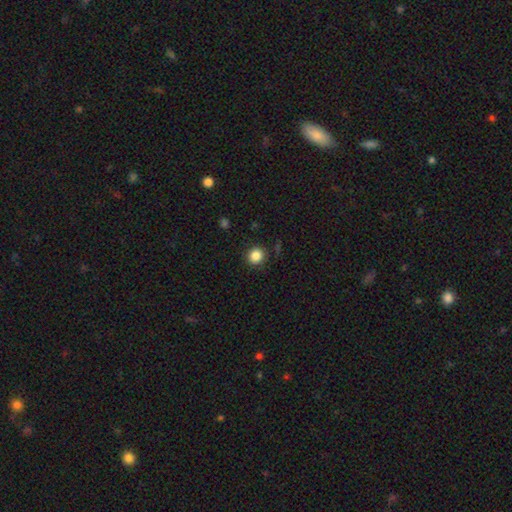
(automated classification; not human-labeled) Smooth or featured?
  - smooth: 85% *
  - star or artifact: 11%
  - featured or disk: 4%
How rounded?
  - round: 90% *
  - in between: 9%
  - cigar-shaped: 1%
Merging?
  - none: 89% *
  - minor disturbance: 7%
  - major disturbance: 2%
  - merger: 1%